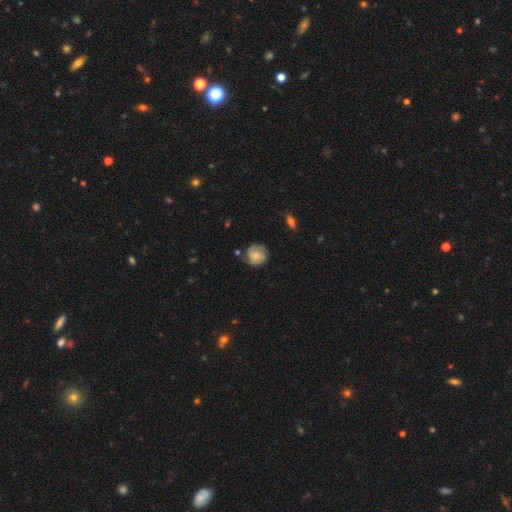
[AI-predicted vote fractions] Smooth or featured: featured or disk — 62% (smooth — 32%)
Edge-on disk: no — 98% (yes — 2%)
Bar: no — 70% (weak — 26%)
Spiral arms: yes — 90% (no — 10%)
Spiral winding: tight — 57% (medium — 32%)
Spiral arm count: 2 — 58% (can't tell — 19%)
Bulge size: small — 53% (moderate — 37%)
Merging: none — 70% (minor disturbance — 21%)